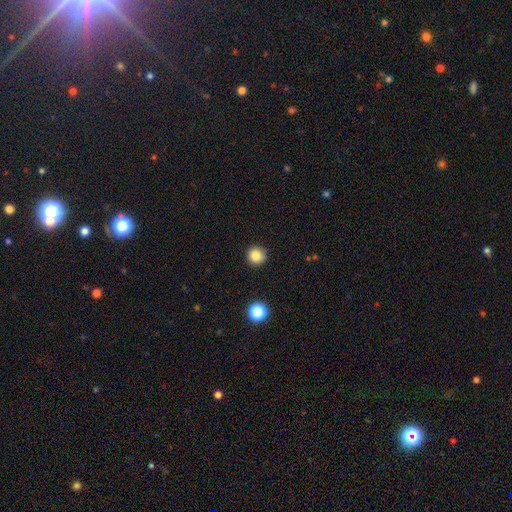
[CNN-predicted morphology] Q: Smooth or featured?
A: smooth (83%); runner-up: star or artifact (11%)
Q: How rounded?
A: round (96%); runner-up: in between (3%)
Q: Merging?
A: none (92%); runner-up: minor disturbance (5%)